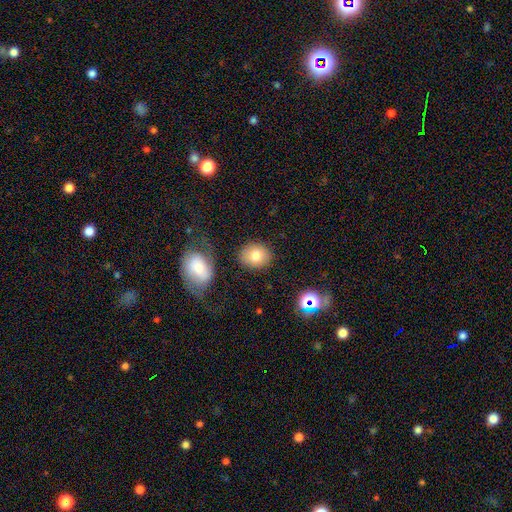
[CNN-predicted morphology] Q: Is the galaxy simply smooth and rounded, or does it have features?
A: smooth — 80%.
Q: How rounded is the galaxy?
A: round — 61%.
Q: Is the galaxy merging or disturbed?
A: none — 81%.